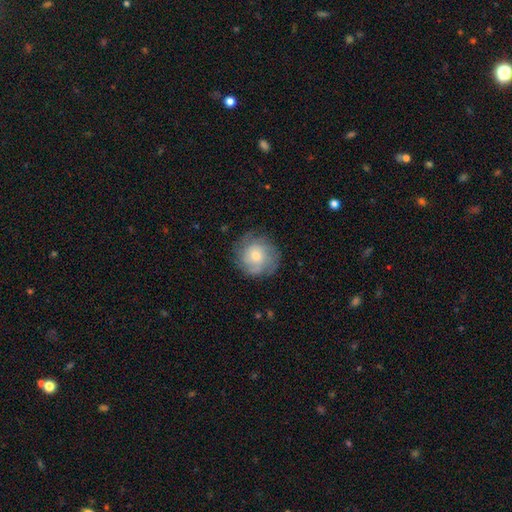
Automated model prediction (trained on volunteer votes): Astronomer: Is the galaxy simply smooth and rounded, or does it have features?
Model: smooth — 46%, tied with featured or disk at 46%.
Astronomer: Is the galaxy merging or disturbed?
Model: none — 76%.